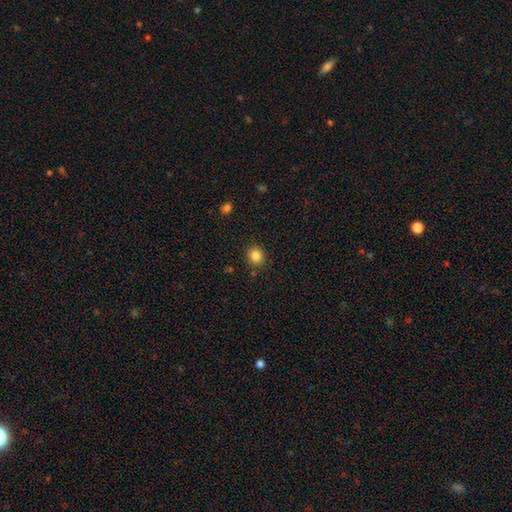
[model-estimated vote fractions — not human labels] Overall: smooth (84%). How rounded: round (85%). Merging: none (88%).